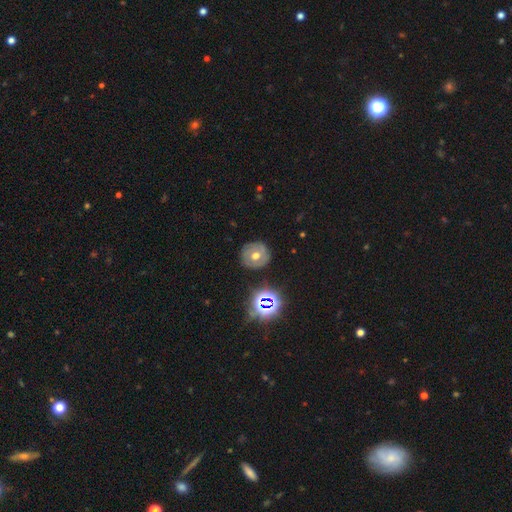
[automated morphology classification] Overall: smooth (42%, tied with featured or disk). Merging: none (82%).